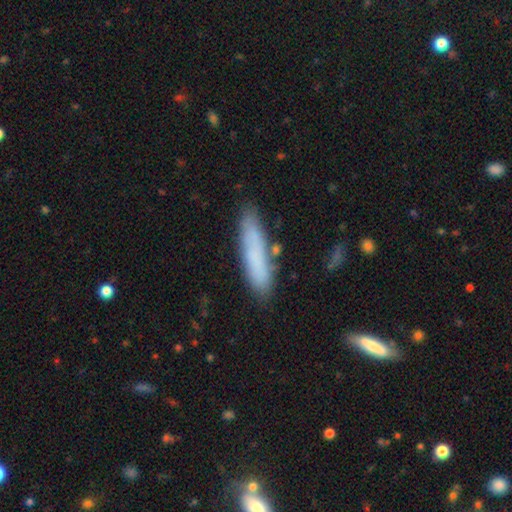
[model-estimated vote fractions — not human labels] Smooth or featured? Predicted: smooth (p=0.74). How rounded? Predicted: cigar-shaped (p=0.80). Merging? Predicted: none (p=0.78).